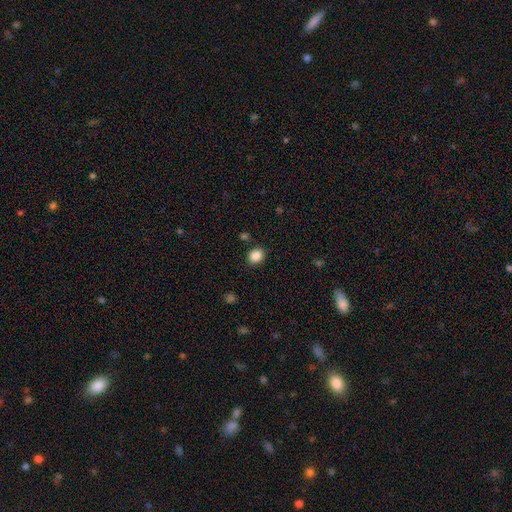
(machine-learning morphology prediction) smooth 86%, star or artifact 10%, featured or disk 4%. Down the decision tree: how rounded — round (63%); merging — none (88%).